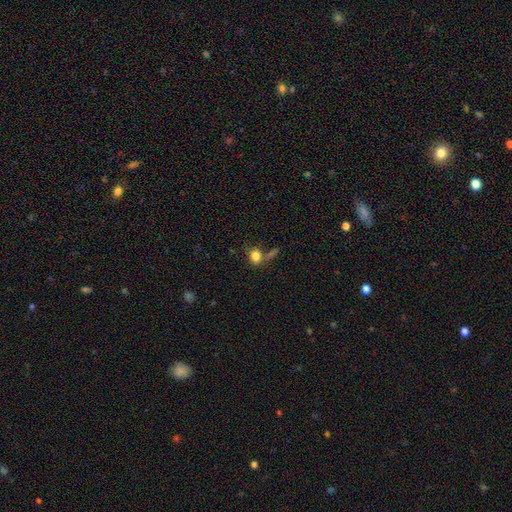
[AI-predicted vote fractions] Morphology: type=smooth (82%); roundness=in between (59%); merging=none (49%).